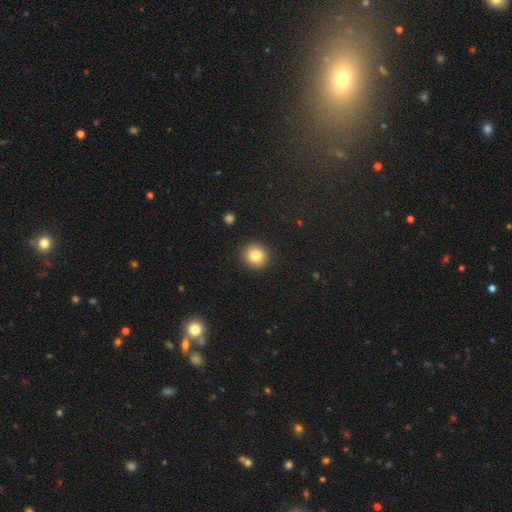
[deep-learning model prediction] smooth-or-featured: smooth: 82% | star or artifact: 10% | featured or disk: 8%
  how-rounded: round: 89% | in between: 10% | cigar-shaped: 1%
  merging: none: 91% | minor disturbance: 6% | major disturbance: 2% | merger: 1%